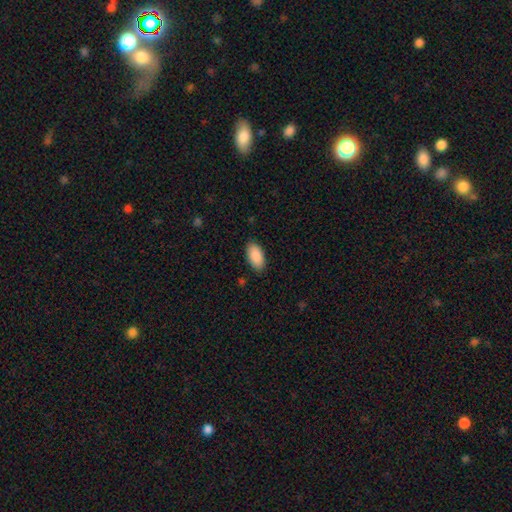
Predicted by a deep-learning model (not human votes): smooth-or-featured: smooth: 91% | star or artifact: 6% | featured or disk: 3%
  how-rounded: in between: 94% | cigar-shaped: 3% | round: 2%
  merging: none: 87% | minor disturbance: 10% | major disturbance: 2% | merger: 1%